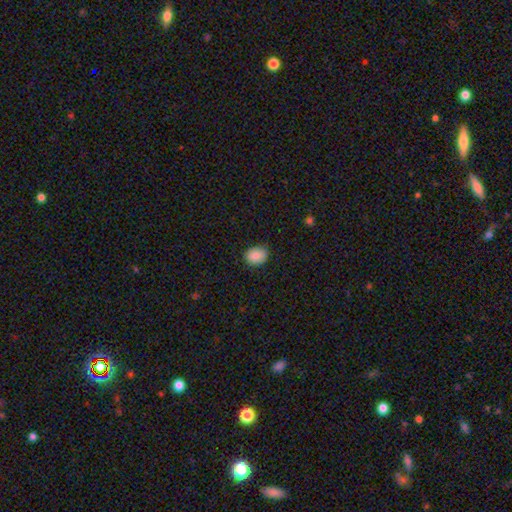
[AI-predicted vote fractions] This appears to be a smooth galaxy with no disk features (85%) that is round (55%). Merging: none (81%).